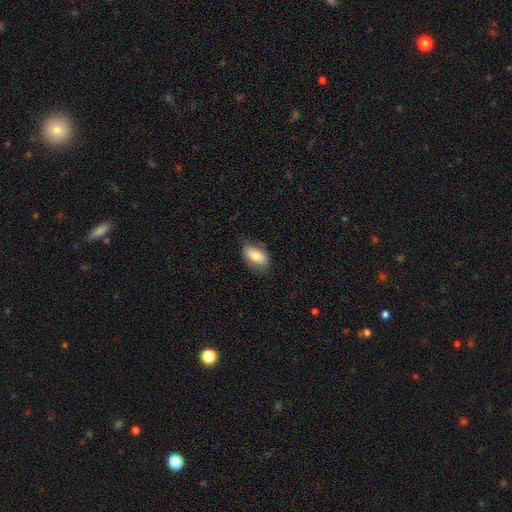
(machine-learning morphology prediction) A smooth galaxy with no disk features (78%) that is in between round and cigar-shaped (92%).

Vote fractions:
- Smooth or featured? smooth: 78% / featured or disk: 15% / star or artifact: 7%
- How rounded? in between: 92% / round: 6% / cigar-shaped: 3%
- Merging? none: 74% / minor disturbance: 20% / major disturbance: 4% / merger: 1%